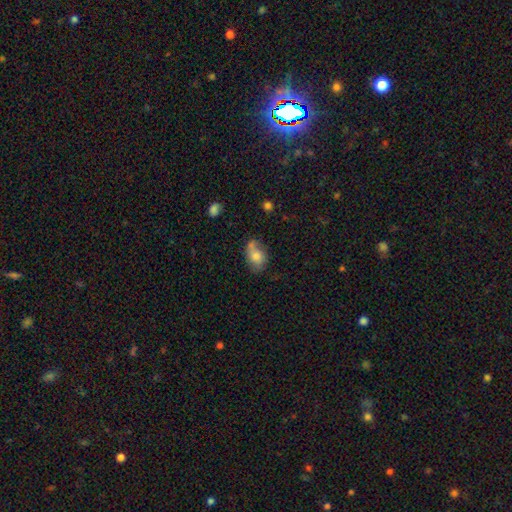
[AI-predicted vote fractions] smooth_or_featured: smooth (p=0.68) [alt: featured or disk p=0.22]
how_rounded: in between (p=0.76) [alt: round p=0.22]
merging: none (p=0.50) [alt: minor disturbance p=0.26]